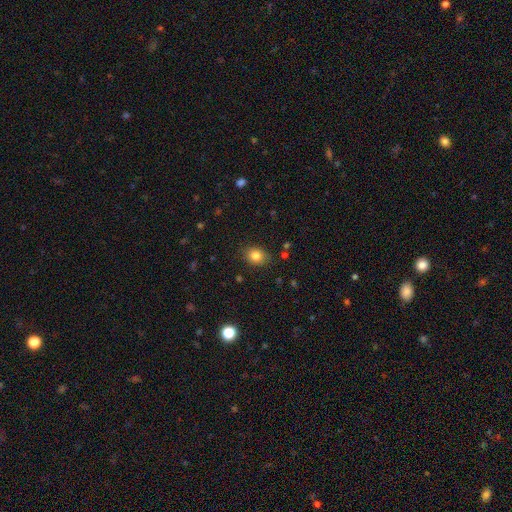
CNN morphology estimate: smooth 82%, star or artifact 11%, featured or disk 7%. Down the decision tree: how rounded — round (51%); merging — none (84%).